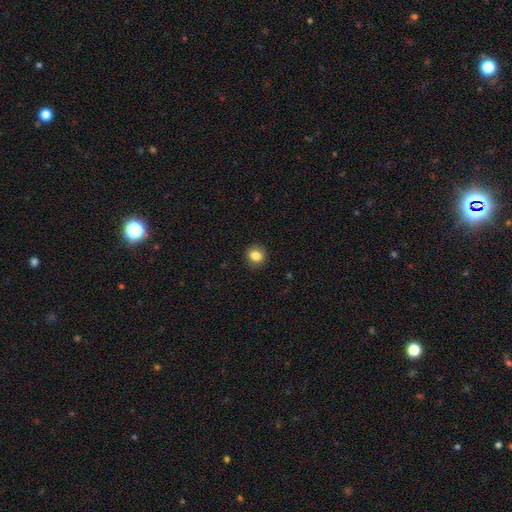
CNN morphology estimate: Smooth or featured: smooth — 84% (star or artifact — 10%)
How rounded: round — 77% (in between — 22%)
Merging: none — 88% (minor disturbance — 8%)